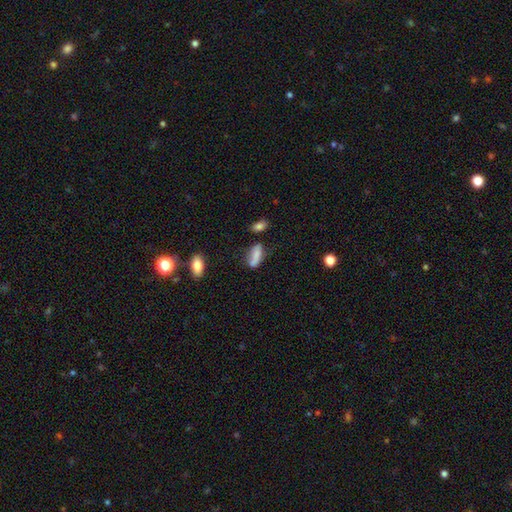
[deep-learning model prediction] Smooth or featured?
  - smooth: 73% *
  - featured or disk: 17%
  - star or artifact: 10%
How rounded?
  - in between: 64% *
  - cigar-shaped: 32%
  - round: 4%
Merging?
  - none: 51% *
  - minor disturbance: 26%
  - major disturbance: 11%
  - merger: 11%